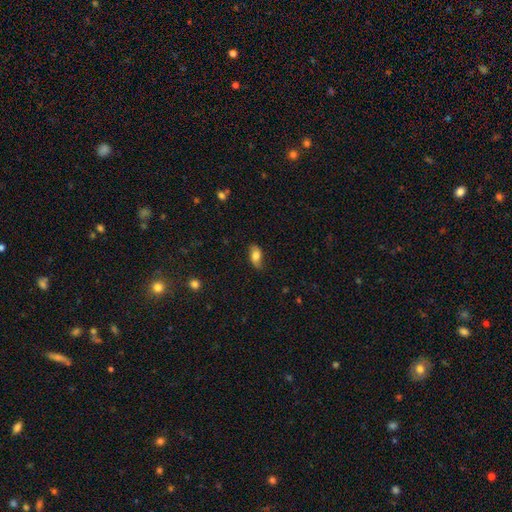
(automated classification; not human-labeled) Smooth or featured: smooth — 66% (featured or disk — 27%)
How rounded: in between — 88% (round — 7%)
Merging: none — 71% (minor disturbance — 22%)